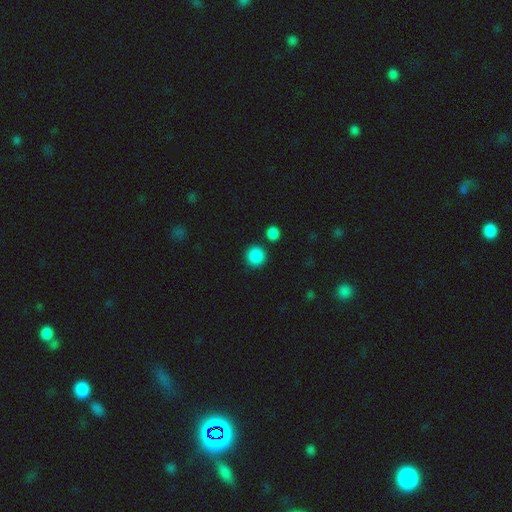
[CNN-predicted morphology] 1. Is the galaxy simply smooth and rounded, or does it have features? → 88% smooth, 9% star or artifact, 3% featured or disk.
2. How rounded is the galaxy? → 93% round, 6% in between, 1% cigar-shaped.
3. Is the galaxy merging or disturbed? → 85% none, 7% minor disturbance, 6% merger, 3% major disturbance.